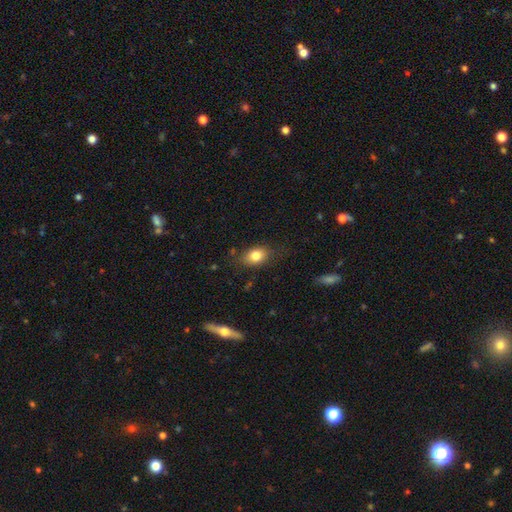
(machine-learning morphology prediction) Overall: smooth (81%). How rounded: in between (72%). Merging: none (74%).